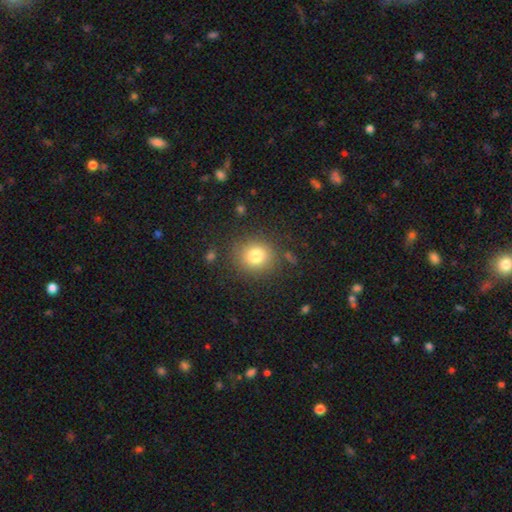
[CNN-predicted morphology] smooth-or-featured: smooth: 80% | star or artifact: 12% | featured or disk: 8%
  how-rounded: round: 84% | in between: 15% | cigar-shaped: 1%
  merging: none: 85% | minor disturbance: 9% | major disturbance: 4% | merger: 2%